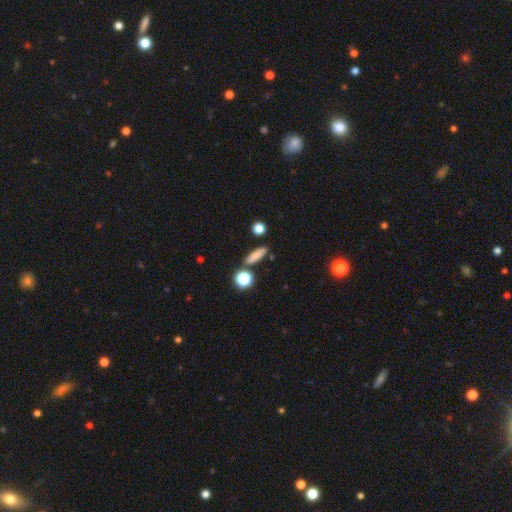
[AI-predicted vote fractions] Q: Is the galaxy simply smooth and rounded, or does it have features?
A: smooth — 80%.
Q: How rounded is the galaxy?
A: cigar-shaped — 60%.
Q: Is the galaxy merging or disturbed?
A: none — 83%.